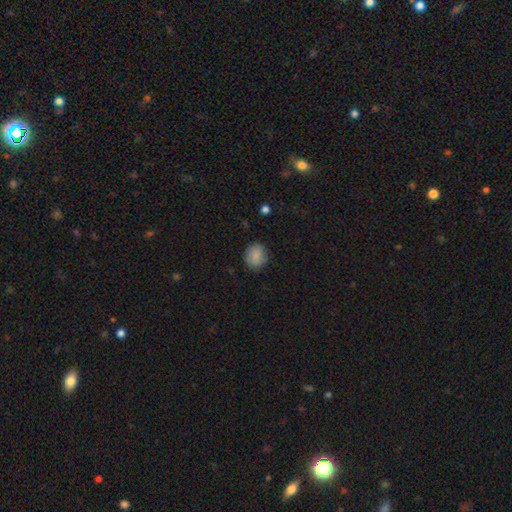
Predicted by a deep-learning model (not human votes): smooth_or_featured: smooth (p=0.87) [alt: star or artifact p=0.08]
how_rounded: round (p=0.81) [alt: in between p=0.18]
merging: none (p=0.84) [alt: minor disturbance p=0.12]